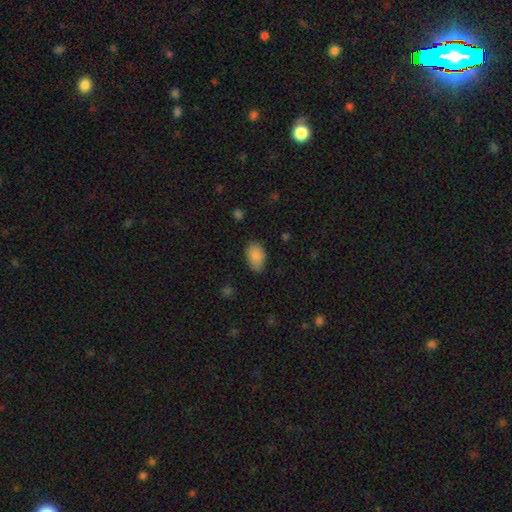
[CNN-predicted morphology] smooth_or_featured: smooth (p=0.88) [alt: star or artifact p=0.08]
how_rounded: in between (p=0.90) [alt: round p=0.09]
merging: none (p=0.77) [alt: minor disturbance p=0.18]